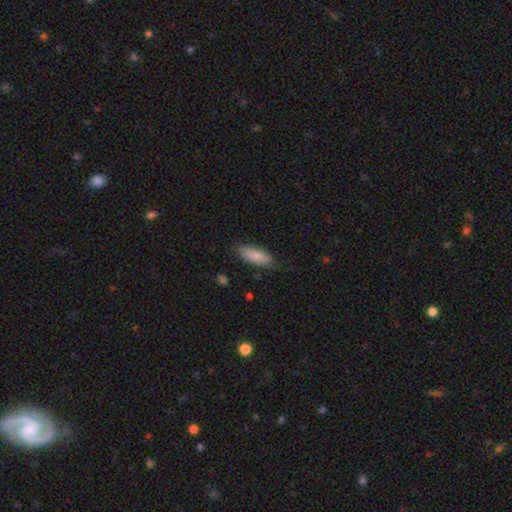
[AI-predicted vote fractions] smooth_or_featured: smooth (p=0.85) [alt: featured or disk p=0.09]
how_rounded: in between (p=0.74) [alt: cigar-shaped p=0.24]
merging: none (p=0.83) [alt: minor disturbance p=0.13]